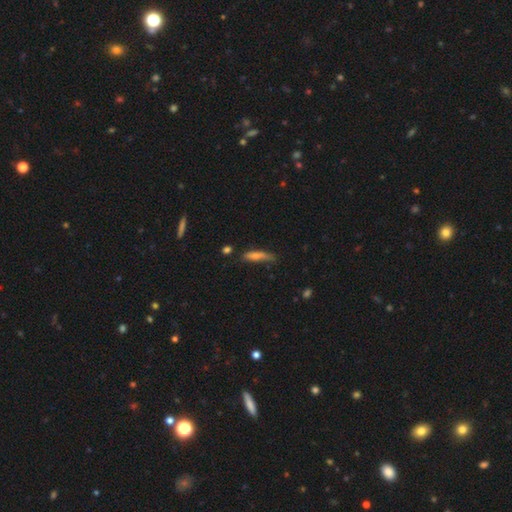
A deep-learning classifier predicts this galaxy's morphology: Overall: smooth (54%; featured or disk 31%). How rounded: cigar-shaped (81%). Merging: none (56%; minor disturbance 29%).